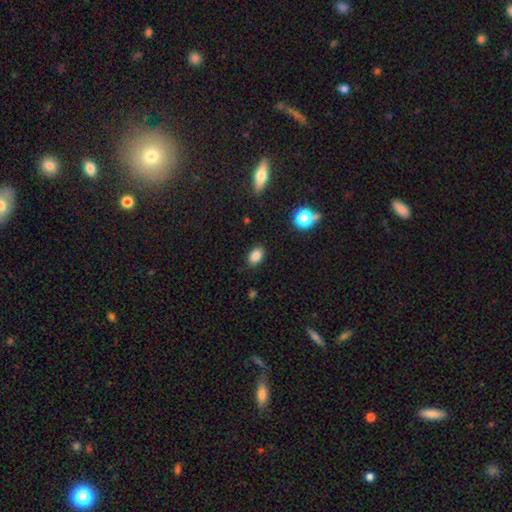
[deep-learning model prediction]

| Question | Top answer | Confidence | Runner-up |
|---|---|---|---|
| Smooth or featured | smooth | 83% | star or artifact (11%) |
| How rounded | in between | 84% | round (14%) |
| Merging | none | 87% | minor disturbance (10%) |